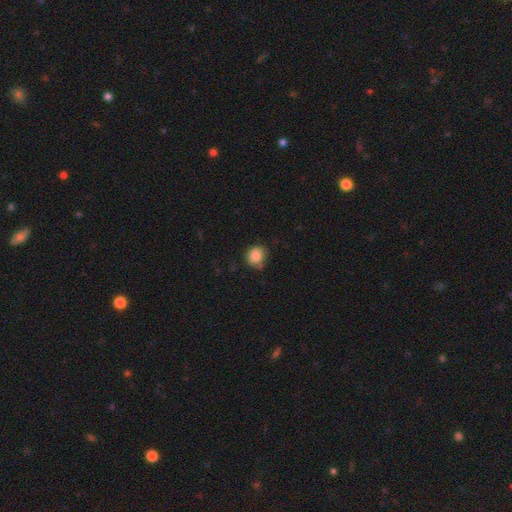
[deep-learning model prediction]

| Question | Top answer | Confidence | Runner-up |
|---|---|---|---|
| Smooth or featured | smooth | 85% | star or artifact (9%) |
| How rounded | round | 80% | in between (19%) |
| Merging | none | 66% | minor disturbance (24%) |